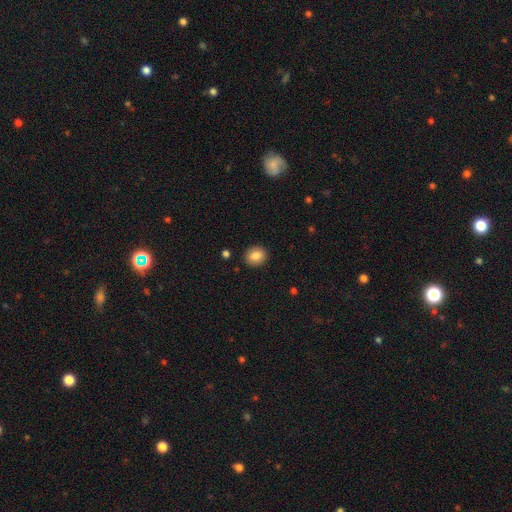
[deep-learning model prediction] Overall: smooth (85%). How rounded: round (71%). Merging: none (90%).